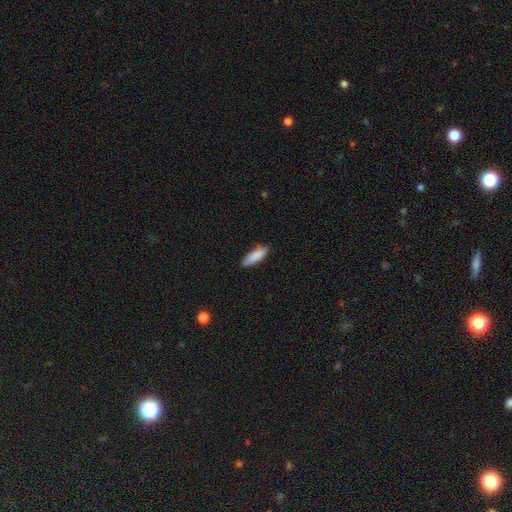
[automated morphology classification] A smooth galaxy with no disk features (88%) that is in between round and cigar-shaped (51%).

Vote fractions:
- Smooth or featured? smooth: 88% / star or artifact: 6% / featured or disk: 6%
- How rounded? in between: 51% / cigar-shaped: 48% / round: 2%
- Merging? none: 82% / minor disturbance: 14% / major disturbance: 2% / merger: 1%